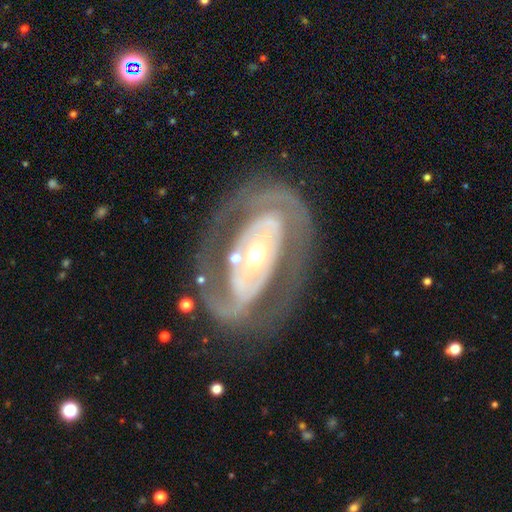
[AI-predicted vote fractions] smooth-or-featured: featured or disk: 85% | smooth: 11% | star or artifact: 5%
  disk-edge-on: no: 95% | yes: 5%
    bar: no: 51% | strong: 24% | weak: 24%
    has-spiral-arms: yes: 73% | no: 27%
      spiral-winding: tight: 45% | medium: 37% | loose: 18%
      spiral-arm-count: 2: 71% | can't tell: 14% | 1: 7% | 3: 4% | 4: 2% | more than 4: 2%
    bulge-size: moderate: 62% | small: 27% | large: 8% | dominant: 2% | none: 1%
  merging: none: 66% | major disturbance: 16% | minor disturbance: 15% | merger: 3%